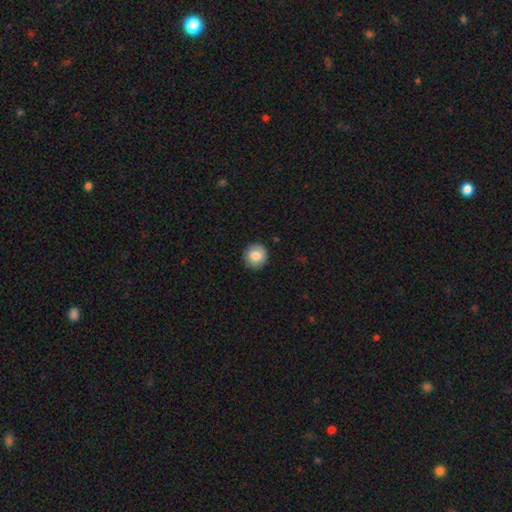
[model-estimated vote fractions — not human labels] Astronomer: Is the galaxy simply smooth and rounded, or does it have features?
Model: smooth — 80%.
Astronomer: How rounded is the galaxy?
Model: round — 92%.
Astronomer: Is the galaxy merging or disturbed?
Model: none — 88%.